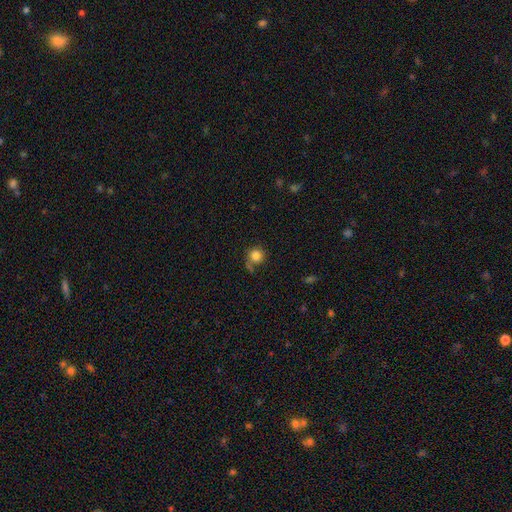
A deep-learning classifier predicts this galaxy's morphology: type=smooth (82%); roundness=round (91%); merging=none (63%).